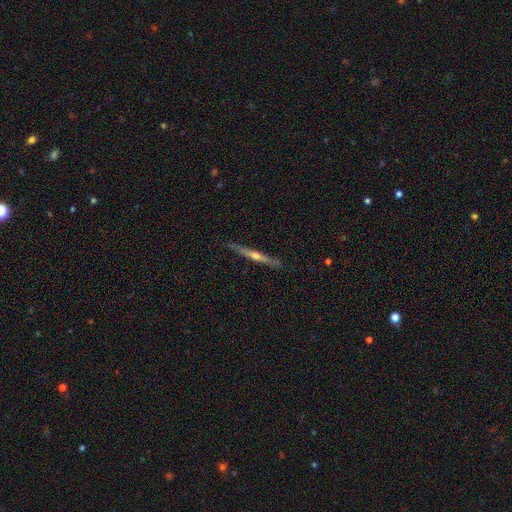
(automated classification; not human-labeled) The model was most divided on "smooth or featured": featured or disk: 70%, smooth: 24%, star or artifact: 6%. More confident: edge-on disk — yes (97%); merging — none (87%); edge-on bulge — rounded (81%).